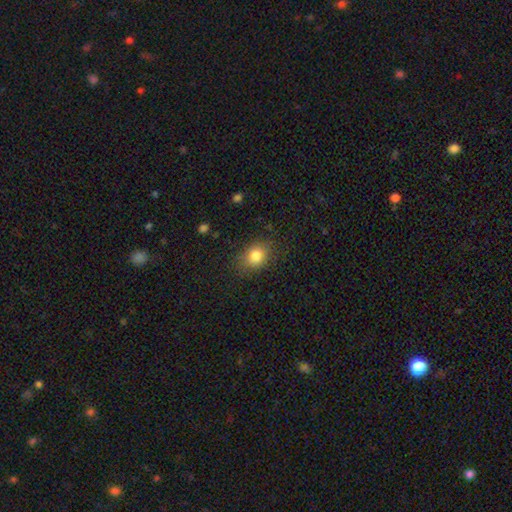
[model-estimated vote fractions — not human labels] Smooth or featured? smooth (82%)
How rounded? round (52%)
Merging? none (80%)